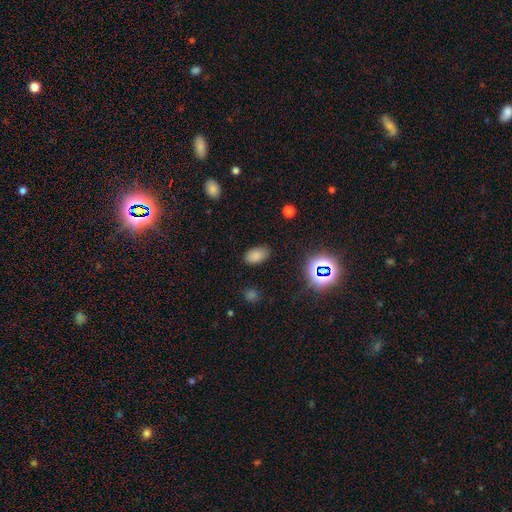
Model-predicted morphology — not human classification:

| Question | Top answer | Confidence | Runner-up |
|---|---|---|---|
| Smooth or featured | smooth | 78% | star or artifact (16%) |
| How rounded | in between | 92% | round (7%) |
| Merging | none | 83% | minor disturbance (12%) |